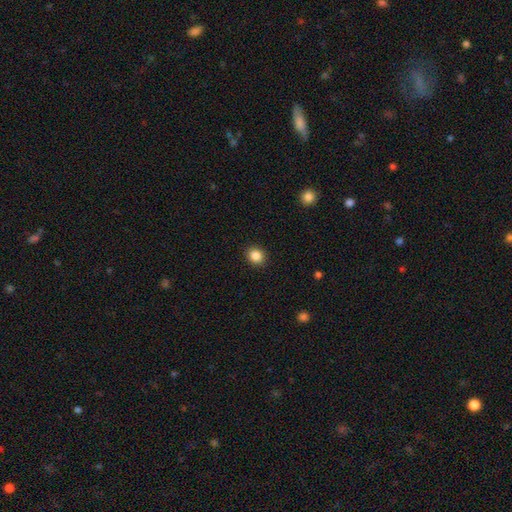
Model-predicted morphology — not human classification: This is clearly a smooth galaxy (86%). How rounded: likely round (77%). Merging: clearly none (92%).